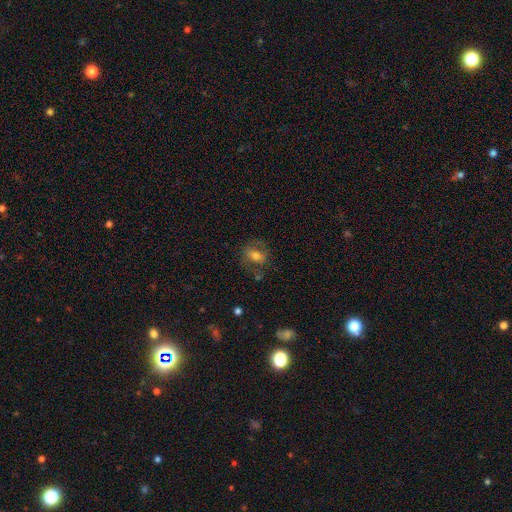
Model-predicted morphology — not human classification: A smooth galaxy with no disk features (57%) that is in between round and cigar-shaped (69%). Merging: none (64%).